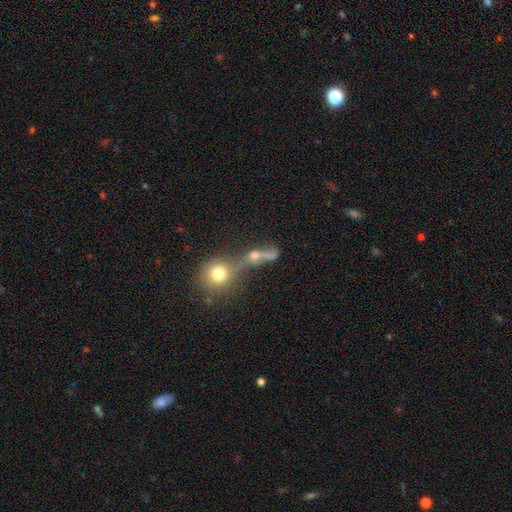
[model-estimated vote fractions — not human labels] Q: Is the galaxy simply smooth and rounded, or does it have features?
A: smooth — 54%.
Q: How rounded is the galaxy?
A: round — 72%.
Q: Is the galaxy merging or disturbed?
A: merger — 47%.